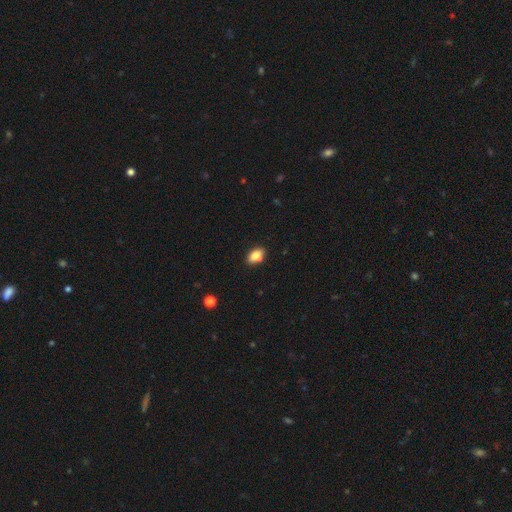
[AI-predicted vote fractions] Q: Smooth or featured?
A: smooth (84%); runner-up: star or artifact (9%)
Q: How rounded?
A: in between (86%); runner-up: round (12%)
Q: Merging?
A: none (78%); runner-up: minor disturbance (16%)